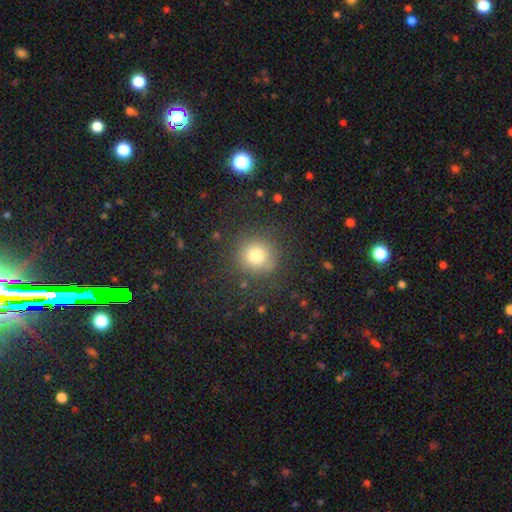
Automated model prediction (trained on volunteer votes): Overall: smooth (76%). How rounded: round (92%). Merging: none (84%).